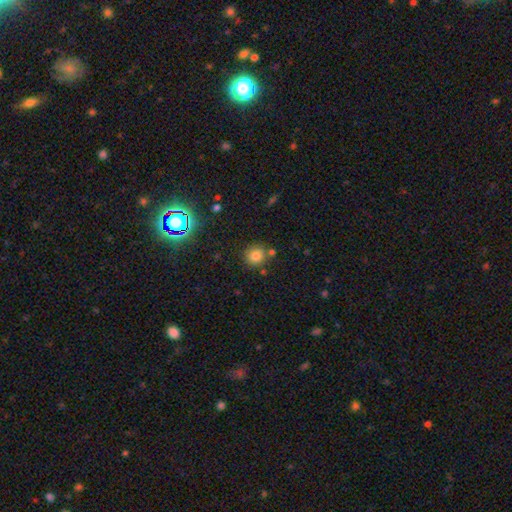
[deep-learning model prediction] Smooth or featured? Predicted: smooth (p=0.81). How rounded? Predicted: round (p=0.90). Merging? Predicted: none (p=0.79).